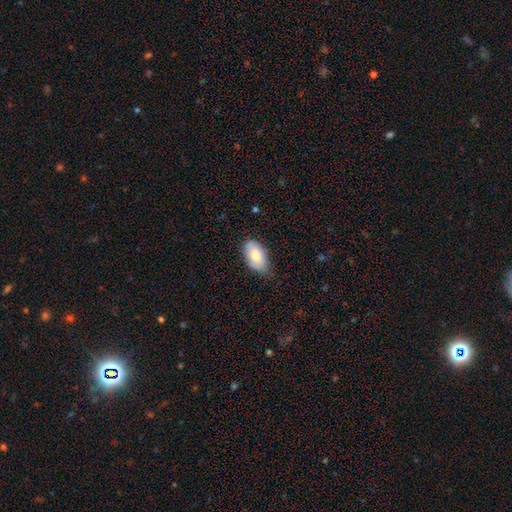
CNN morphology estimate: A smooth galaxy with no disk features (78%) that is in between round and cigar-shaped (94%). Merging: none (66%).